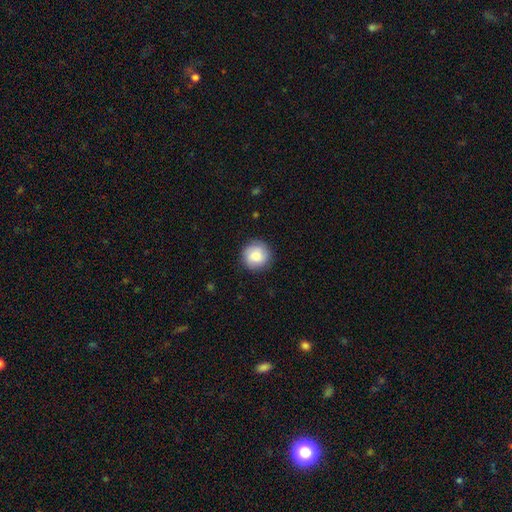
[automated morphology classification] smooth_or_featured: smooth (p=0.81) [alt: featured or disk p=0.12]
how_rounded: round (p=0.94) [alt: in between p=0.05]
merging: none (p=0.88) [alt: minor disturbance p=0.09]